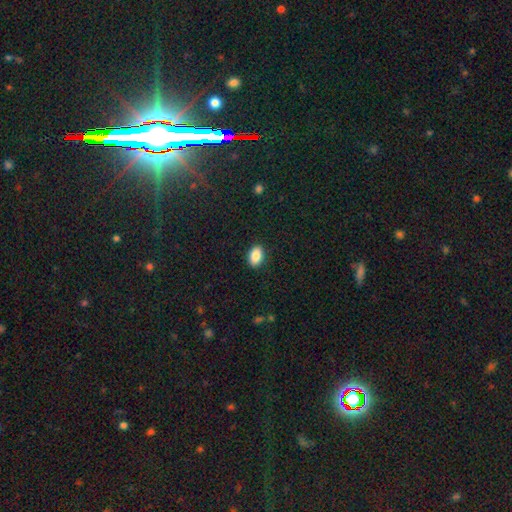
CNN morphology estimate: Smooth or featured?
  - smooth: 87% *
  - star or artifact: 8%
  - featured or disk: 5%
How rounded?
  - in between: 88% *
  - round: 10%
  - cigar-shaped: 2%
Merging?
  - none: 89% *
  - minor disturbance: 8%
  - major disturbance: 2%
  - merger: 1%